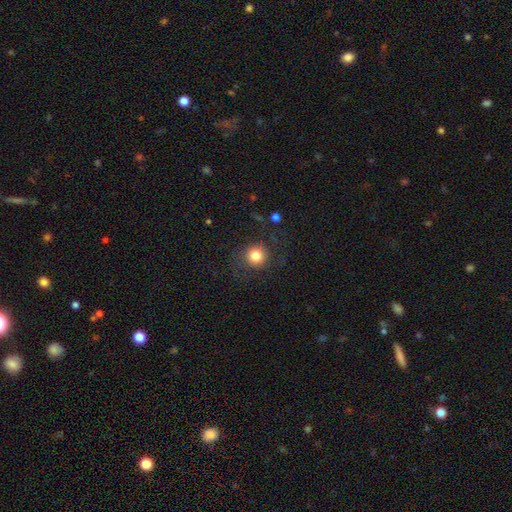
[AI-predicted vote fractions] This appears to be a smooth galaxy with no disk features (80%) that is round (90%). Merging: none (75%).